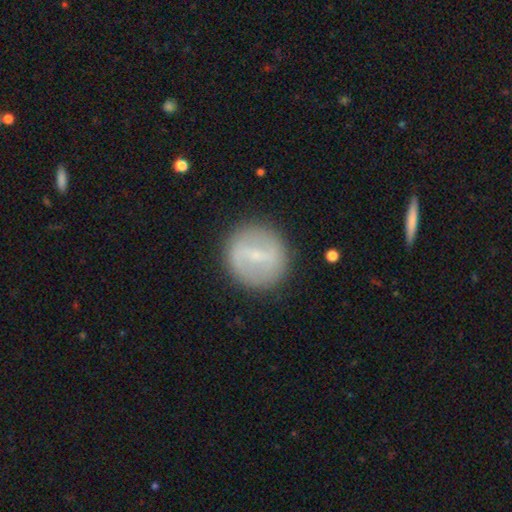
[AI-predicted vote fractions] Morphology: type=featured or disk (55%); edge-on=no (93%); bar=strong (51%); spiral arms=no (64%); bulge=small (70%); merging=none (87%).